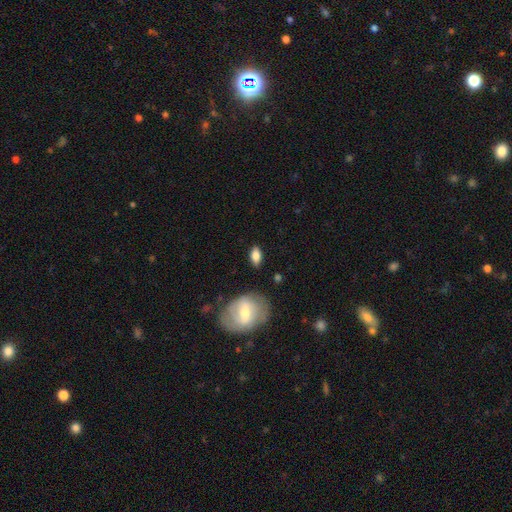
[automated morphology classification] smooth_or_featured: smooth (p=0.78) [alt: featured or disk p=0.15]
how_rounded: in between (p=0.84) [alt: cigar-shaped p=0.09]
merging: none (p=0.82) [alt: minor disturbance p=0.13]